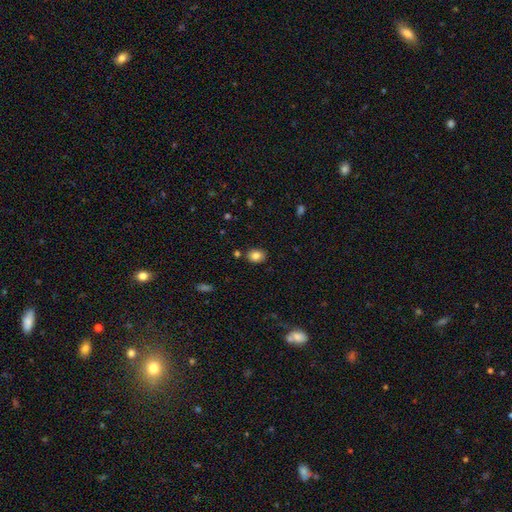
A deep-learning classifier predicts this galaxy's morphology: smooth_or_featured: smooth (p=0.83) [alt: star or artifact p=0.09]
how_rounded: in between (p=0.60) [alt: round p=0.39]
merging: none (p=0.83) [alt: minor disturbance p=0.11]